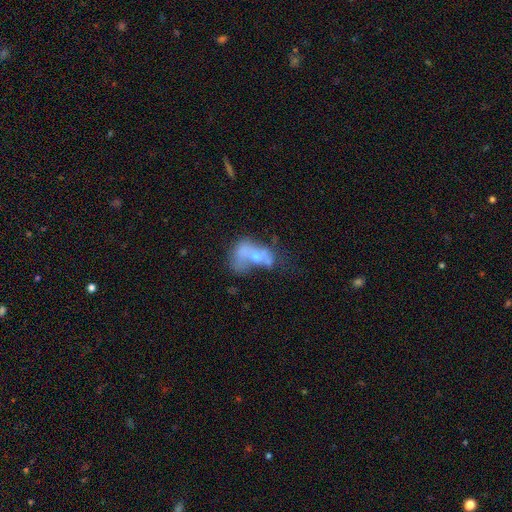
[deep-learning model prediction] Smooth or featured? Predicted: smooth (p=0.44). Merging? Predicted: merger (p=0.52).